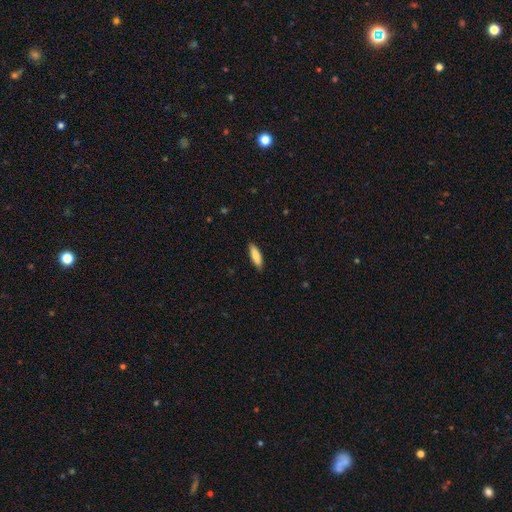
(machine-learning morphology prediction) A smooth galaxy with no disk features (81%) that is in between round and cigar-shaped (54%). Merging: none (86%).